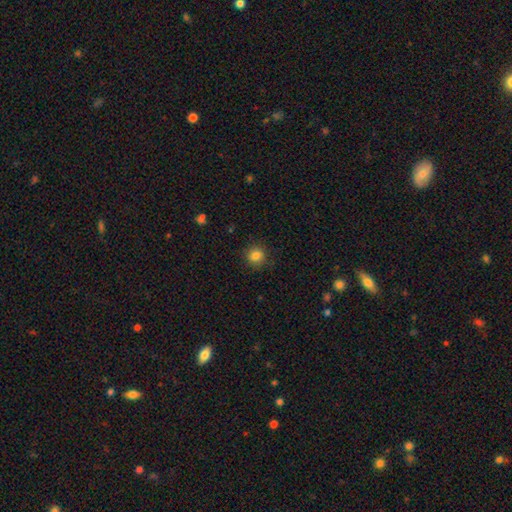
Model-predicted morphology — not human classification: The model was most divided on "how rounded": round: 80%, in between: 19%, cigar-shaped: 1%. More confident: merging — none (87%); smooth or featured — smooth (82%).